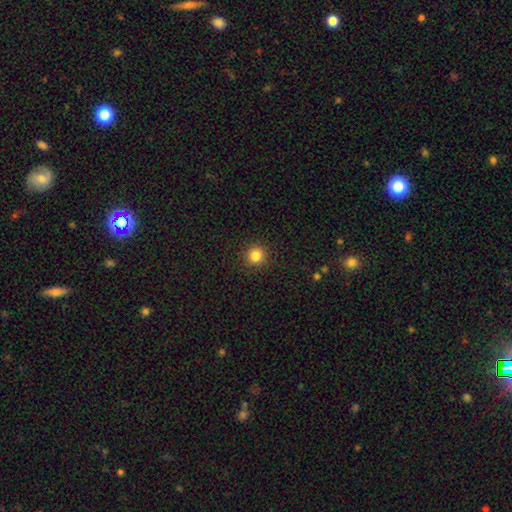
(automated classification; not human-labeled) Smooth or featured? Predicted: smooth (p=0.84). How rounded? Predicted: round (p=0.93). Merging? Predicted: none (p=0.91).